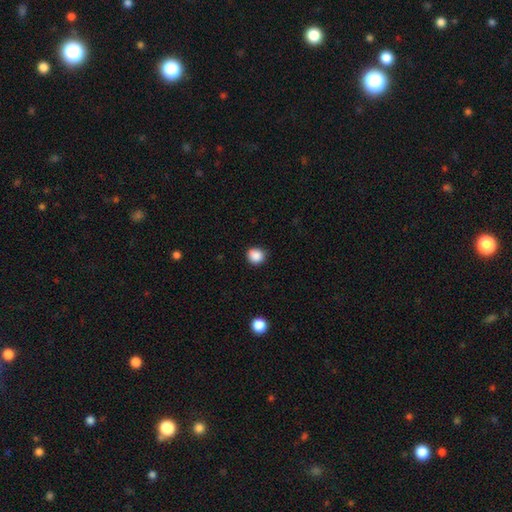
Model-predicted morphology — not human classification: Overall: smooth (87%). How rounded: round (87%). Merging: none (84%).